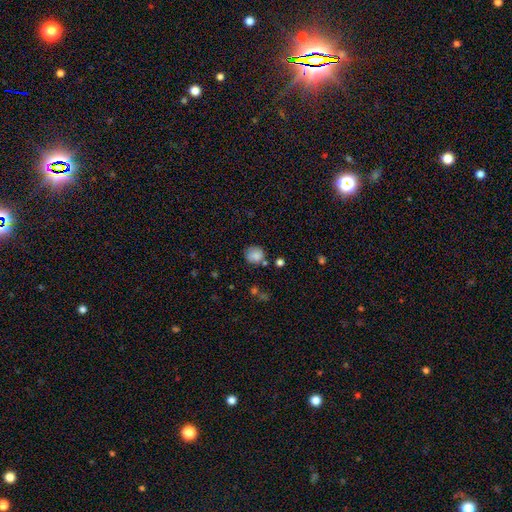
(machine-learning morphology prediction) Smooth or featured: smooth — 84% (star or artifact — 9%)
How rounded: round — 83% (in between — 16%)
Merging: none — 73% (minor disturbance — 17%)